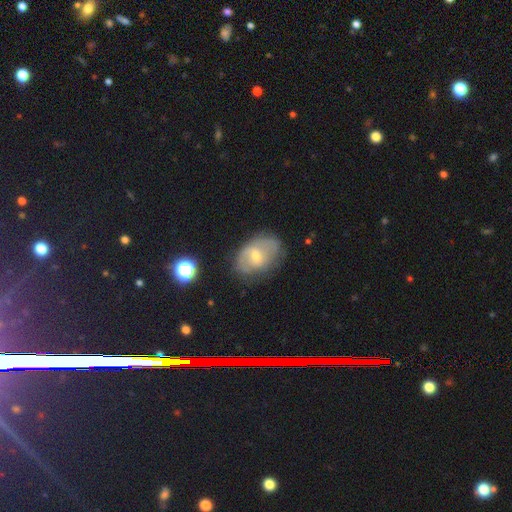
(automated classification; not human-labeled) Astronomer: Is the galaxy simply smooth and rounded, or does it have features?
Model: featured or disk — 59%.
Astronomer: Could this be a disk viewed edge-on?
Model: no — 95%.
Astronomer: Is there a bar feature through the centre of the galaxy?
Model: weak — 50% (runner-up: no, 40%).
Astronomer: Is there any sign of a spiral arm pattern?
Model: yes — 70%.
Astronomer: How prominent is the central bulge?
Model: small — 51% (runner-up: moderate, 44%).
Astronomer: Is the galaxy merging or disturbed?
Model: none — 63%.